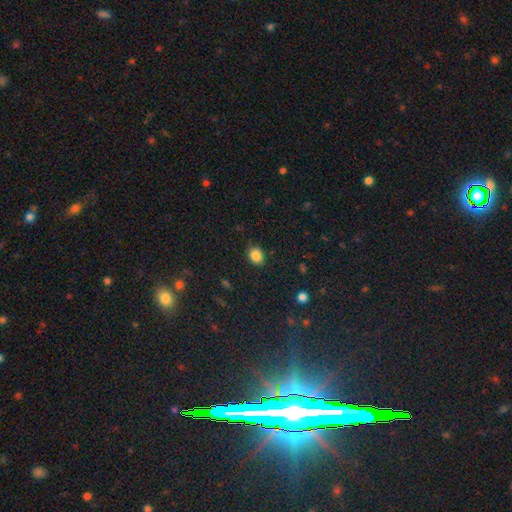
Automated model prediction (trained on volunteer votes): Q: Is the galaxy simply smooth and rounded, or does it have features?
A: smooth — 85%.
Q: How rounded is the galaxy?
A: round — 56%.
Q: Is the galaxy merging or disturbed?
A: none — 81%.